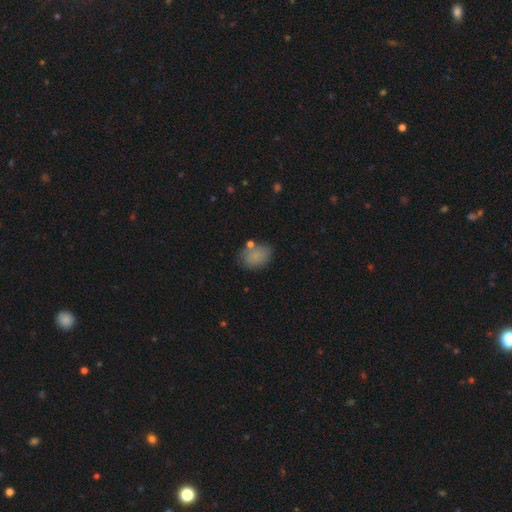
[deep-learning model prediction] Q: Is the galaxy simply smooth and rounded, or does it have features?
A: smooth — 81%.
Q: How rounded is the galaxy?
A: in between — 70%.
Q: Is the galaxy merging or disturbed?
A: none — 68%.